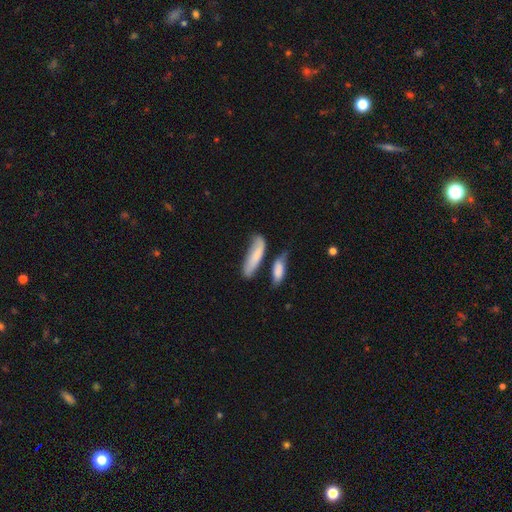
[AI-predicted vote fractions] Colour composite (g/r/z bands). It shows a smooth galaxy with no disk features (68%) that is cigar-shaped (61%). Merging: none (45%).